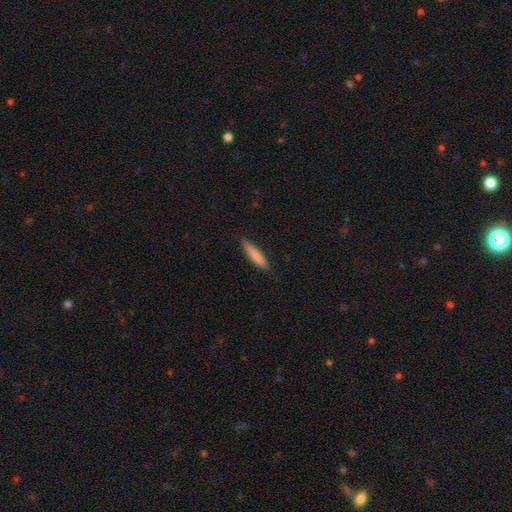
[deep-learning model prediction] smooth_or_featured: smooth (p=0.82) [alt: featured or disk p=0.13]
how_rounded: cigar-shaped (p=0.83) [alt: in between p=0.16]
merging: none (p=0.83) [alt: minor disturbance p=0.13]